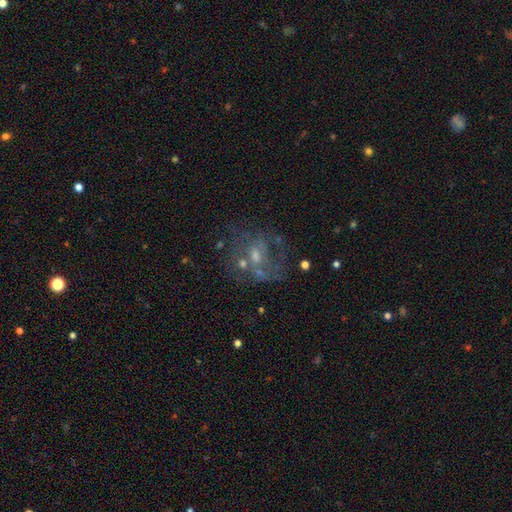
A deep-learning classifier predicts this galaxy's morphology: featured or disk 66%, smooth 20%, star or artifact 14%. Down the decision tree: edge-on disk — no (98%); bar — no (62%); spiral arms — yes (52%); bulge size — moderate (43%); merging — none (45%).